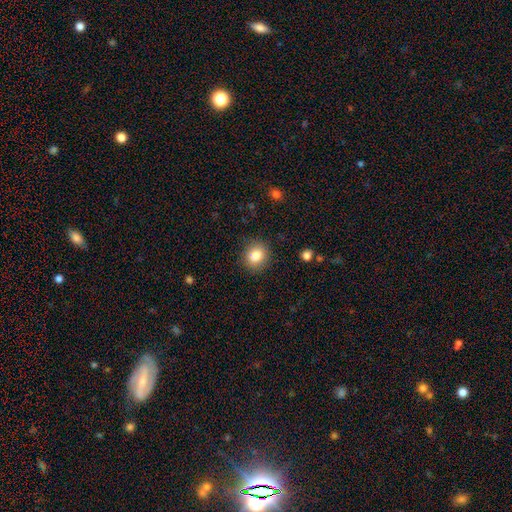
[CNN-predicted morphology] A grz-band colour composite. It shows a smooth galaxy with no disk features (83%) that is round (73%). Merging: none (87%).